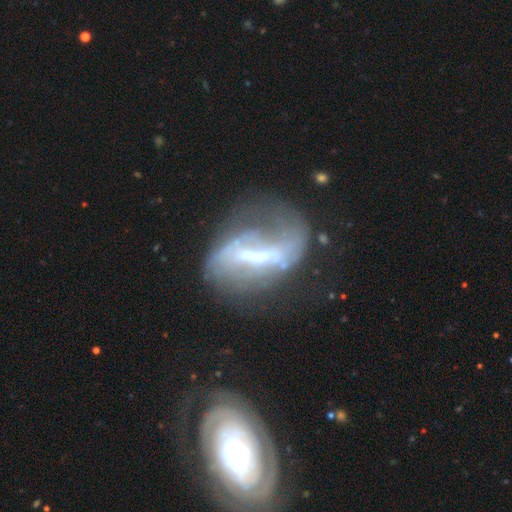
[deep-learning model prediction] featured or disk 71%, smooth 19%, star or artifact 10%. Down the decision tree: edge-on disk — no (91%); bar — strong (58%); spiral arms — yes (56%); bulge size — moderate (37%); merging — major disturbance (37%).